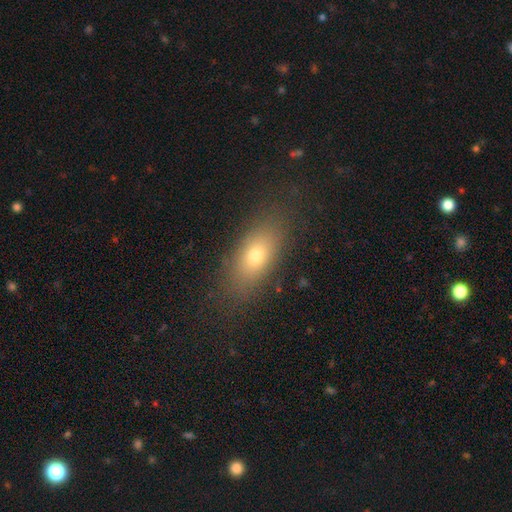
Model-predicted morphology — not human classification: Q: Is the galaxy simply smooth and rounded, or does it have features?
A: smooth — 72%.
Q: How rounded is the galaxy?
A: in between — 81%.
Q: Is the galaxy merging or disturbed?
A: none — 81%.